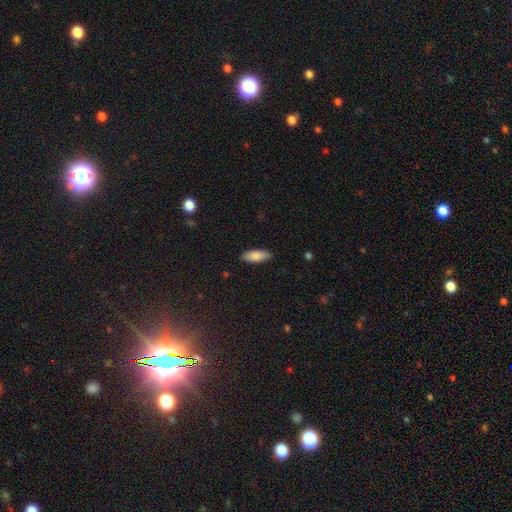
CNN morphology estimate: This is clearly a smooth galaxy (87%). How rounded: likely in between (73%). Merging: clearly none (88%).